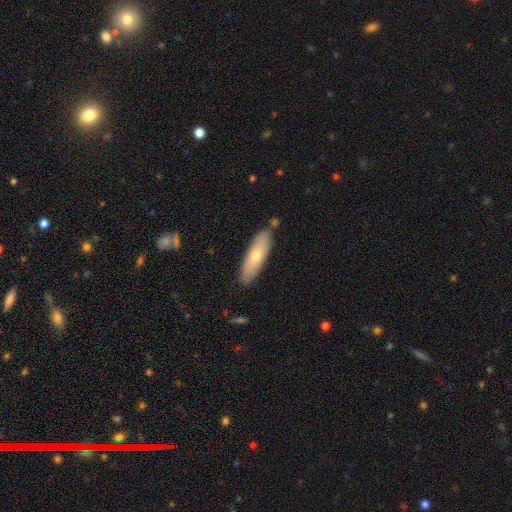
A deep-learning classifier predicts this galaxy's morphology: This appears to be a smooth galaxy with no disk features (66%) that is cigar-shaped (58%). Merging: none (83%).